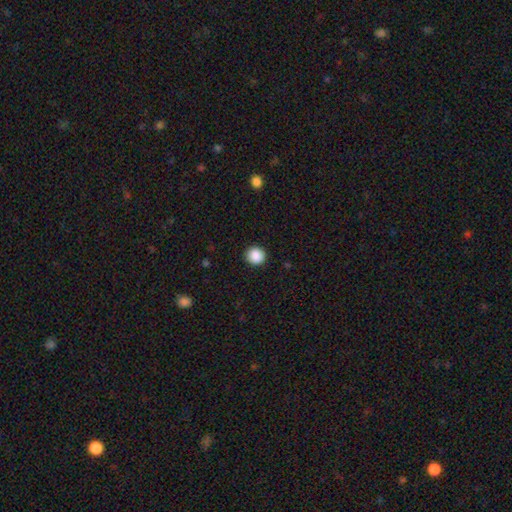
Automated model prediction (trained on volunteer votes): This is clearly a smooth galaxy (89%). How rounded: clearly round (92%). Merging: clearly none (92%).